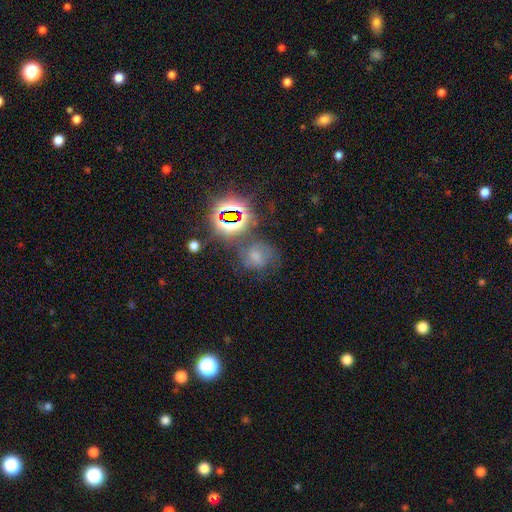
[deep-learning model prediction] This appears to be a smooth galaxy with no disk features (48%). Merging: none (54%).